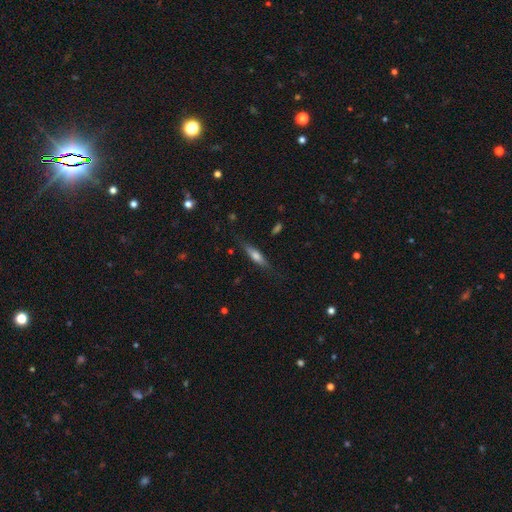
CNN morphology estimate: Q: Smooth or featured?
A: smooth (50%); runner-up: featured or disk (43%)
Q: How rounded?
A: cigar-shaped (73%); runner-up: in between (25%)
Q: Merging?
A: none (80%); runner-up: minor disturbance (15%)